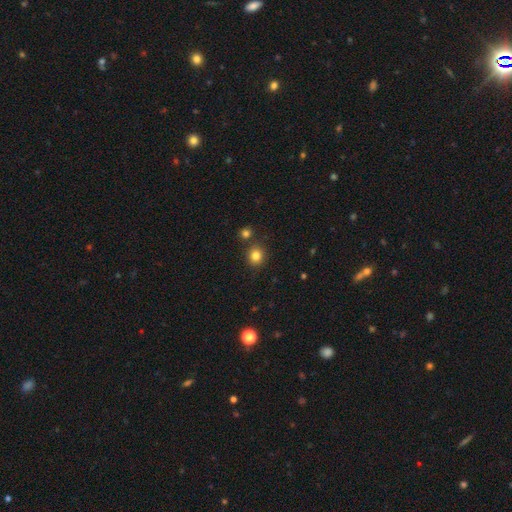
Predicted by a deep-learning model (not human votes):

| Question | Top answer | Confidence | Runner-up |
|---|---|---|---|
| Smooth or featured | smooth | 81% | star or artifact (13%) |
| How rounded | round | 84% | in between (15%) |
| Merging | none | 82% | merger (8%) |